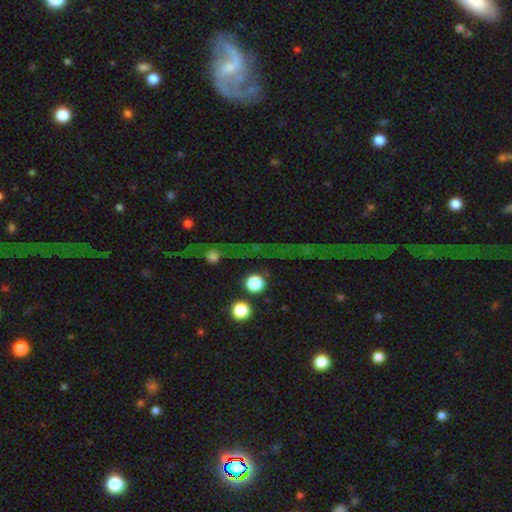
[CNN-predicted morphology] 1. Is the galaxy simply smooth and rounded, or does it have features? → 49% star or artifact, 34% featured or disk, 16% smooth.